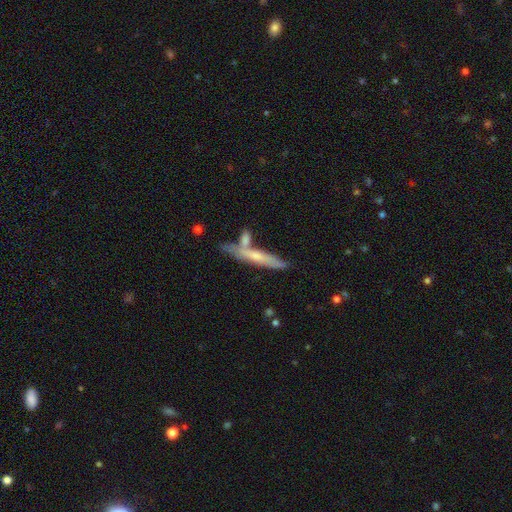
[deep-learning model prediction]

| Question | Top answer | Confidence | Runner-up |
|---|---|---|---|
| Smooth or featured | smooth | 49% | featured or disk (45%) |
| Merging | none | 57% | merger (22%) |